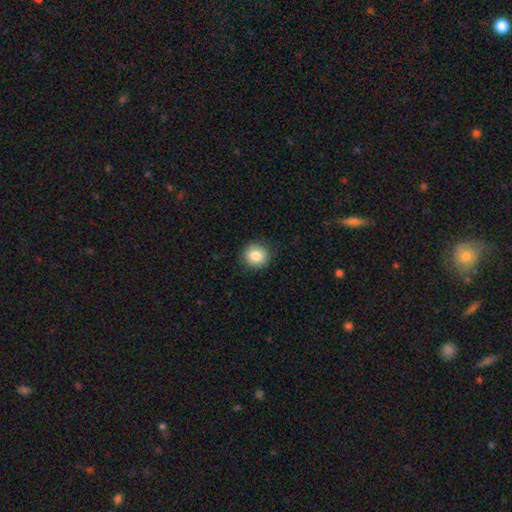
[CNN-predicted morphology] Q: Smooth or featured?
A: smooth (84%); runner-up: star or artifact (9%)
Q: How rounded?
A: round (89%); runner-up: in between (10%)
Q: Merging?
A: none (89%); runner-up: minor disturbance (8%)